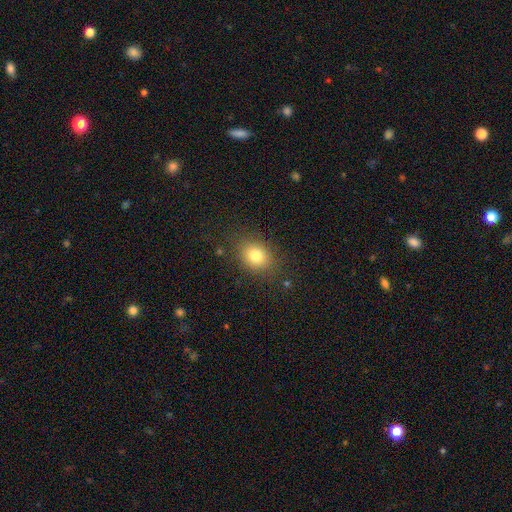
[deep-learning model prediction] Smooth or featured?
  - smooth: 79% *
  - star or artifact: 12%
  - featured or disk: 9%
How rounded?
  - in between: 50% *
  - round: 49%
  - cigar-shaped: 1%
Merging?
  - none: 82% *
  - minor disturbance: 12%
  - major disturbance: 4%
  - merger: 2%